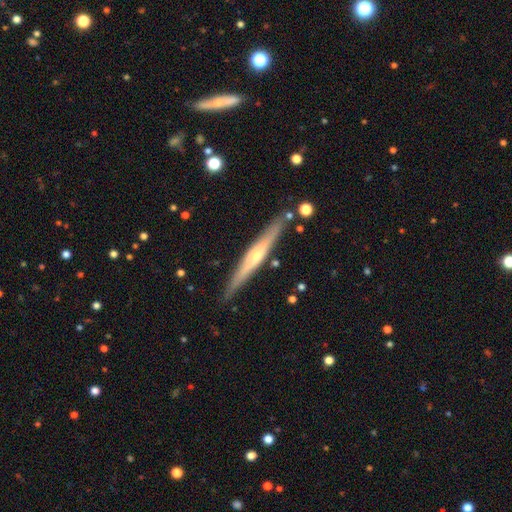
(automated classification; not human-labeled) smooth_or_featured: featured or disk (p=0.67) [alt: smooth p=0.27]
disk_edge_on: yes (p=0.96) [alt: no p=0.04]
edge_on_bulge: rounded (p=0.76) [alt: none p=0.19]
merging: none (p=0.87) [alt: minor disturbance p=0.09]